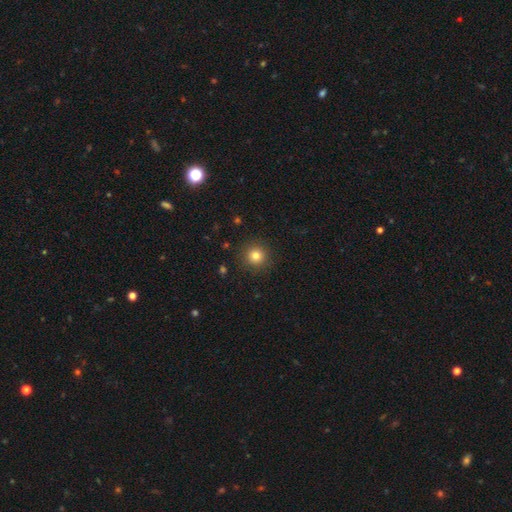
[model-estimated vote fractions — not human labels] Smooth or featured?
  - smooth: 81% *
  - star or artifact: 13%
  - featured or disk: 6%
How rounded?
  - round: 95% *
  - in between: 5%
  - cigar-shaped: 1%
Merging?
  - none: 91% *
  - minor disturbance: 6%
  - major disturbance: 2%
  - merger: 1%